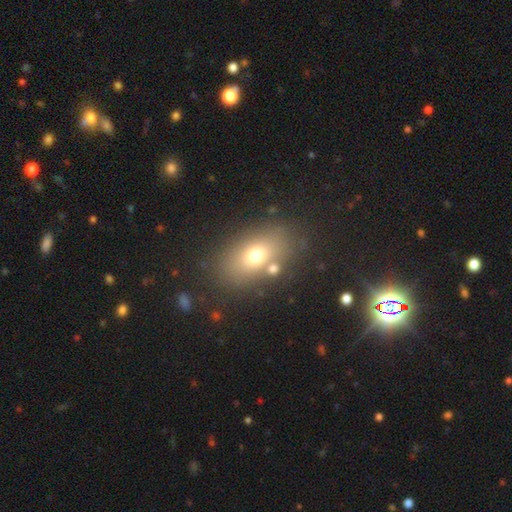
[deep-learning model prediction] The model was most divided on "smooth or featured": smooth: 68%, featured or disk: 18%, star or artifact: 13%. More confident: how rounded — in between (82%); merging — none (76%).